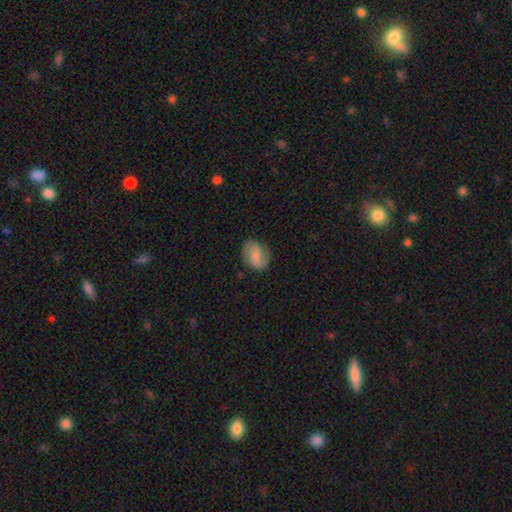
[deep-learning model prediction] smooth_or_featured: smooth (p=0.49) [alt: featured or disk p=0.43]
merging: none (p=0.72) [alt: minor disturbance p=0.19]